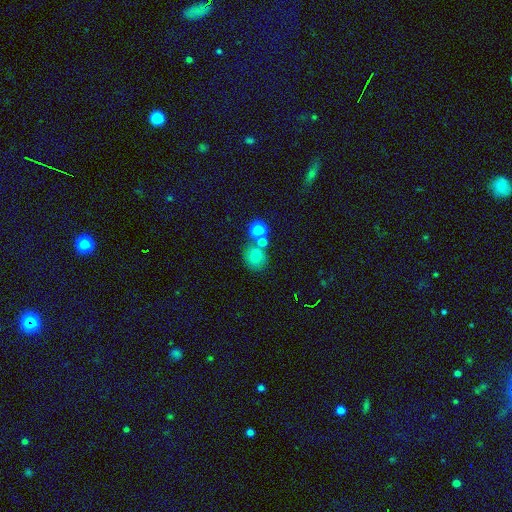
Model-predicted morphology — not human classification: Smooth or featured? Predicted: smooth (p=0.77). How rounded? Predicted: round (p=0.74). Merging? Predicted: none (p=0.56).